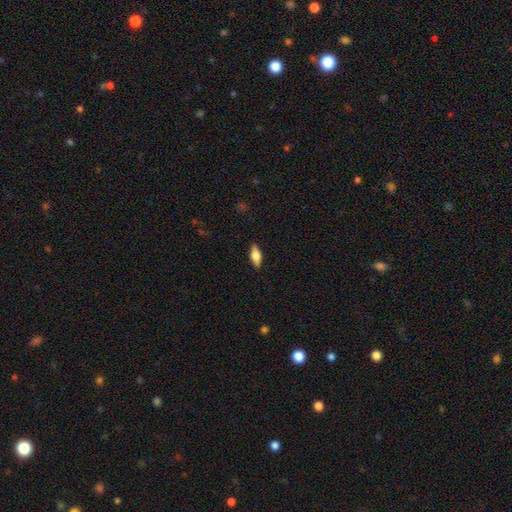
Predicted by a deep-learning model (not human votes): This appears to be a smooth galaxy with no disk features (59%) that is in between round and cigar-shaped (75%). Merging: none (88%).